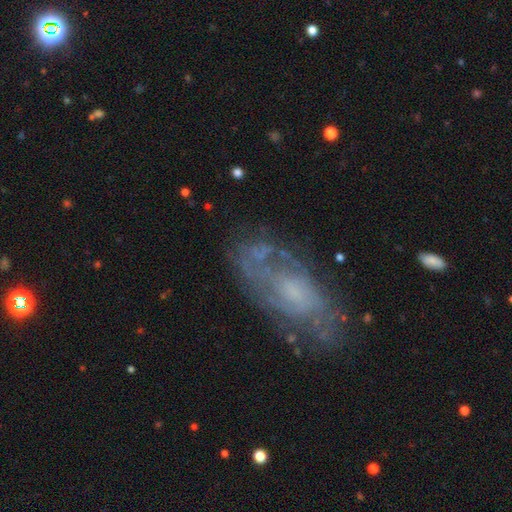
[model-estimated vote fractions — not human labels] A featured or disk galaxy (69%) with no bar (69%), spiral arms (71%) and a small central bulge (37%). Merging: none (56%).